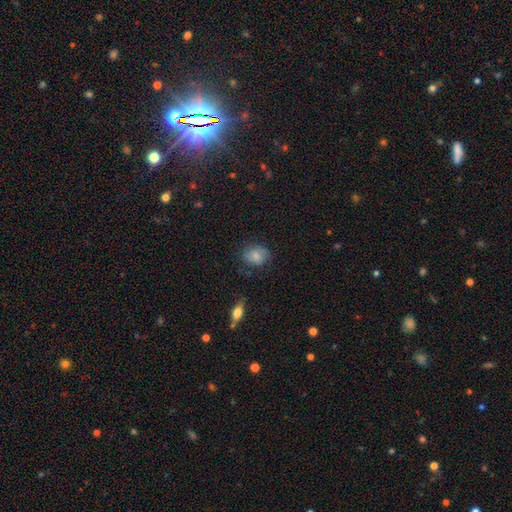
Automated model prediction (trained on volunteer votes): Q: Smooth or featured?
A: smooth (68%); runner-up: featured or disk (23%)
Q: How rounded?
A: in between (57%); runner-up: round (41%)
Q: Merging?
A: none (70%); runner-up: minor disturbance (22%)